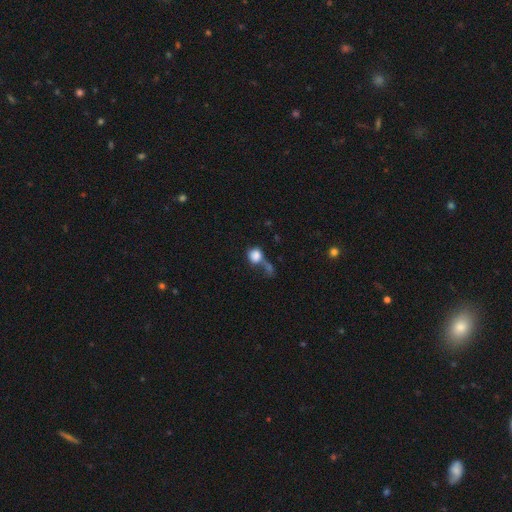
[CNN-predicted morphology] This appears to be a smooth galaxy with no disk features (81%) that is round (78%). Merging: merger (37%).